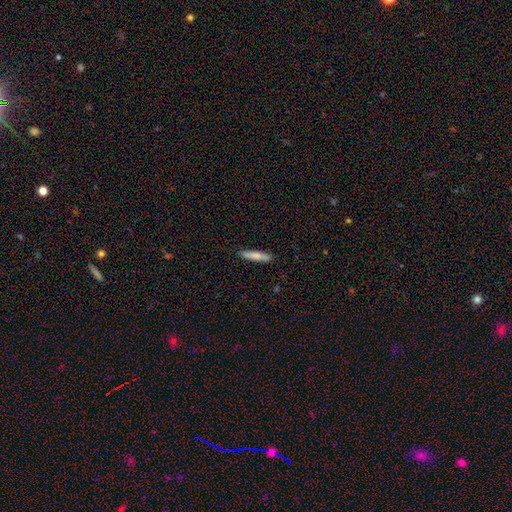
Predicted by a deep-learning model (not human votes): Morphology: type=smooth (78%); roundness=cigar-shaped (89%); merging=none (90%).